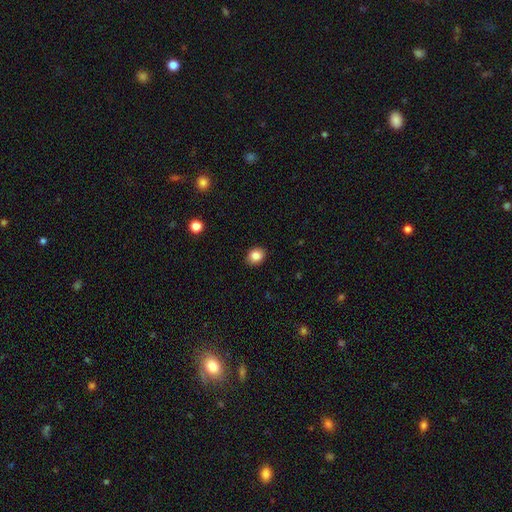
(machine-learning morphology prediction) smooth-or-featured: smooth: 85% | star or artifact: 10% | featured or disk: 5%
  how-rounded: round: 54% | in between: 45% | cigar-shaped: 1%
  merging: none: 90% | minor disturbance: 7% | major disturbance: 2% | merger: 1%